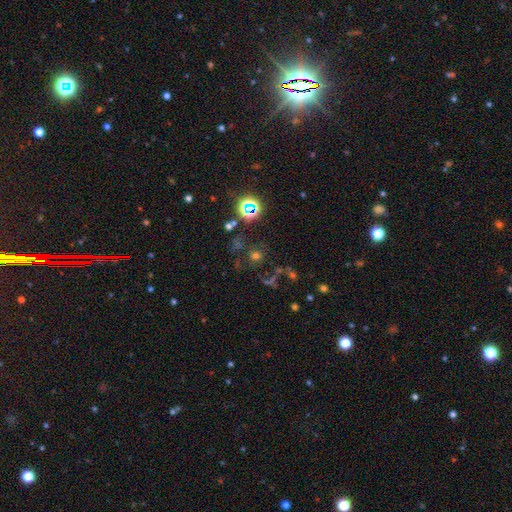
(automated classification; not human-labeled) This is possibly a star or artifact rather than a galaxy (47%).